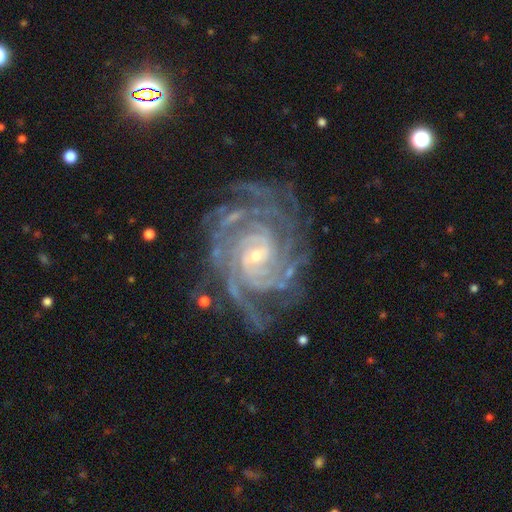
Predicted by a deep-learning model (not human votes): Smooth or featured?
  - featured or disk: 92% *
  - star or artifact: 5%
  - smooth: 3%
Edge-on disk?
  - no: 98% *
  - yes: 2%
Bar?
  - no: 43% *
  - weak: 40%
  - strong: 17%
Spiral arms?
  - yes: 98% *
  - no: 2%
Spiral winding?
  - tight: 73% *
  - medium: 24%
  - loose: 3%
Spiral arm count?
  - 4: 25% *
  - more than 4: 20%
  - can't tell: 20%
  - 3: 15%
  - 2: 12%
  - 1: 9%
Bulge size?
  - small: 76% *
  - moderate: 20%
  - none: 2%
  - large: 1%
  - dominant: 1%
Merging?
  - none: 71% *
  - minor disturbance: 18%
  - major disturbance: 9%
  - merger: 2%